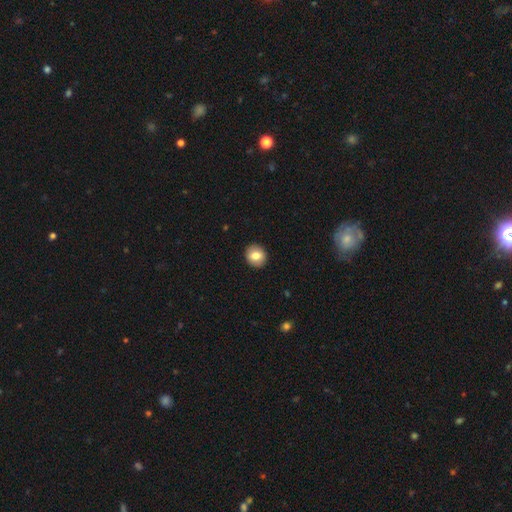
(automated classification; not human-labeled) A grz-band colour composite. It shows a smooth galaxy with no disk features (79%) that is round (82%). Merging: none (91%).